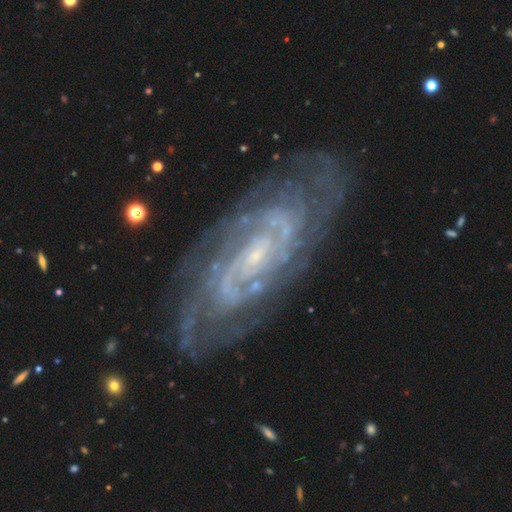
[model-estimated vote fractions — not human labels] This is clearly a featured or disk galaxy (89%). It is clearly not viewed edge-on (93%). Bar: possibly no (50%). Spiral arm pattern: clearly yes (97%). Spiral arm count: marginally can't tell (30%). Spiral winding: likely tight (69%). Central bulge: likely small (78%). Merging: likely none (80%).